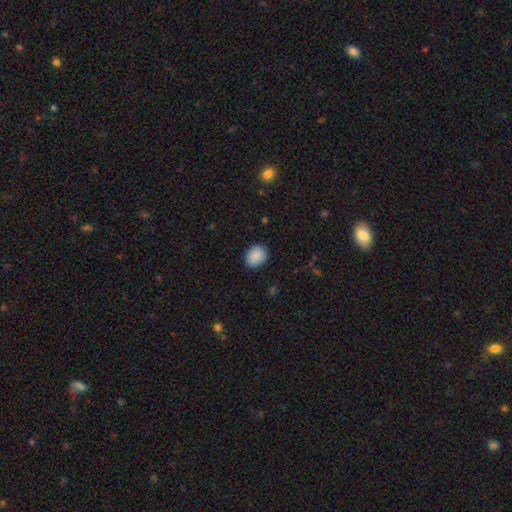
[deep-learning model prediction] Smooth or featured: smooth — 89% (star or artifact — 7%)
How rounded: round — 57% (in between — 43%)
Merging: none — 86% (minor disturbance — 10%)